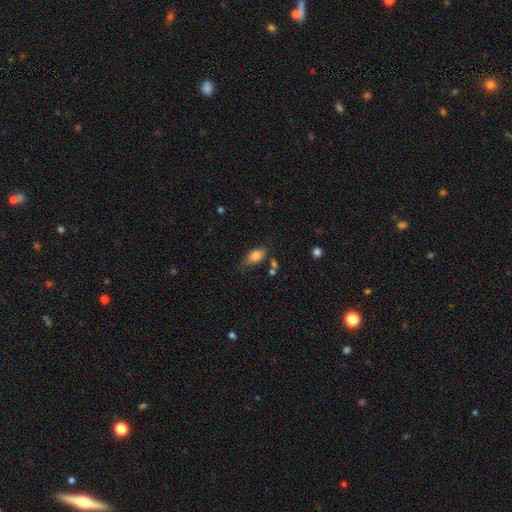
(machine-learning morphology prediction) Smooth or featured? smooth (81%)
How rounded? in between (89%)
Merging? none (65%)